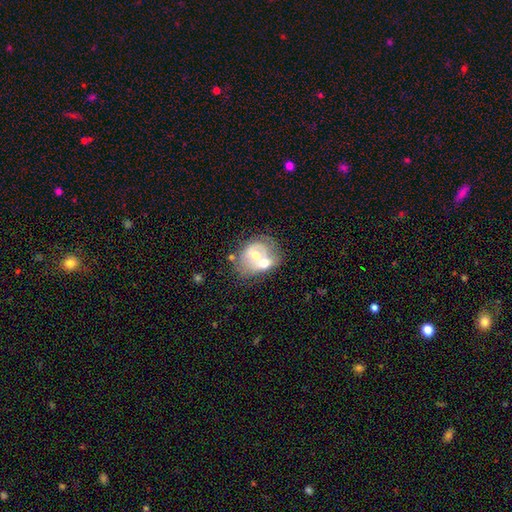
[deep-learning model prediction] Smooth or featured? featured or disk (52%)
Edge-on disk? no (96%)
Merging? merger (58%)